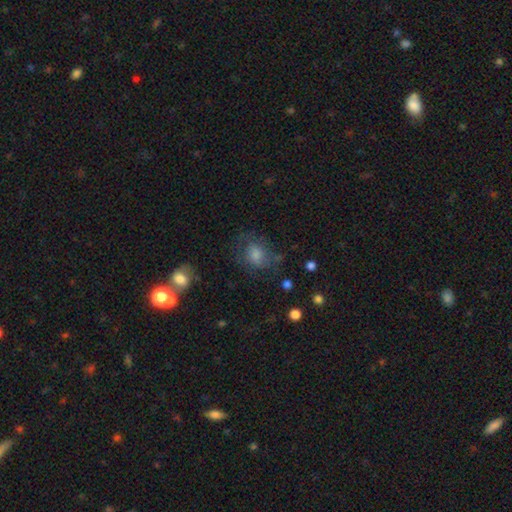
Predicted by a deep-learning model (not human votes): smooth 51%, featured or disk 30%, star or artifact 19%. Down the decision tree: how rounded — round (54%); merging — none (59%).